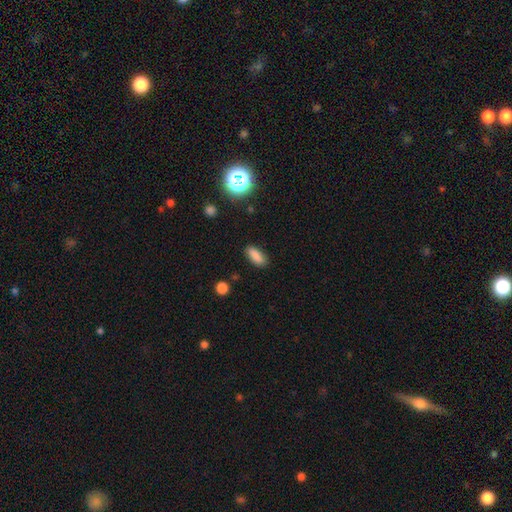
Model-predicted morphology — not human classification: Smooth or featured? smooth (85%)
How rounded? in between (76%)
Merging? none (86%)